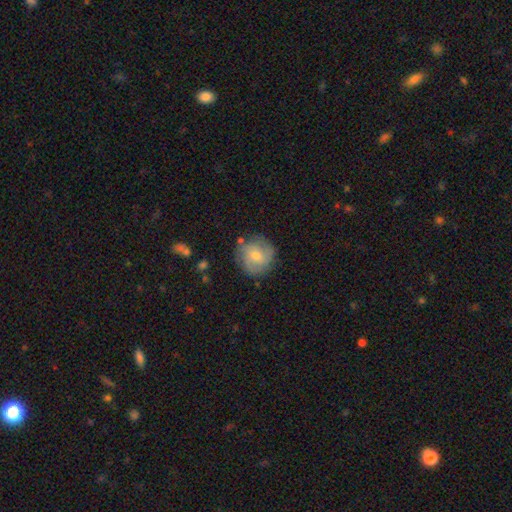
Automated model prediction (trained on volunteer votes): Q: Smooth or featured?
A: featured or disk (46%); tied with: smooth (46%)
Q: Merging?
A: none (77%); runner-up: minor disturbance (16%)